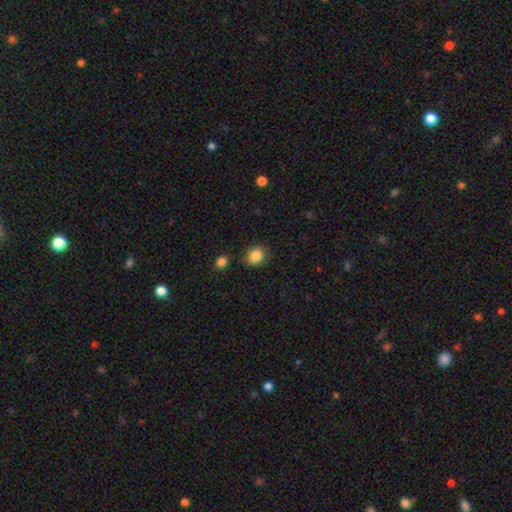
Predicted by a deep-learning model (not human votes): This appears to be a smooth galaxy with no disk features (86%) that is round (62%). Merging: none (82%).